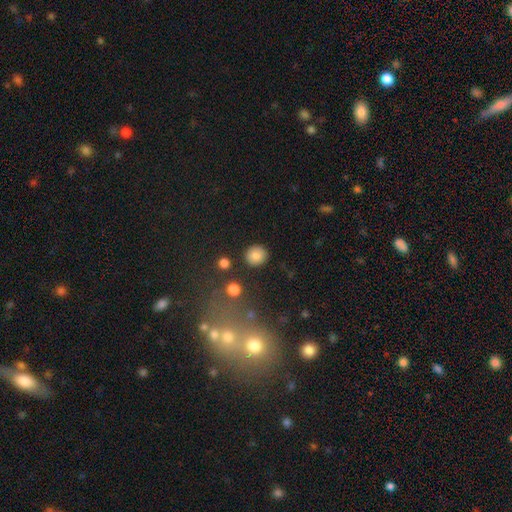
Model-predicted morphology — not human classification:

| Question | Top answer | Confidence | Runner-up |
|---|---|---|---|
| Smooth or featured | smooth | 82% | star or artifact (10%) |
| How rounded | round | 92% | in between (7%) |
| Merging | none | 89% | minor disturbance (7%) |